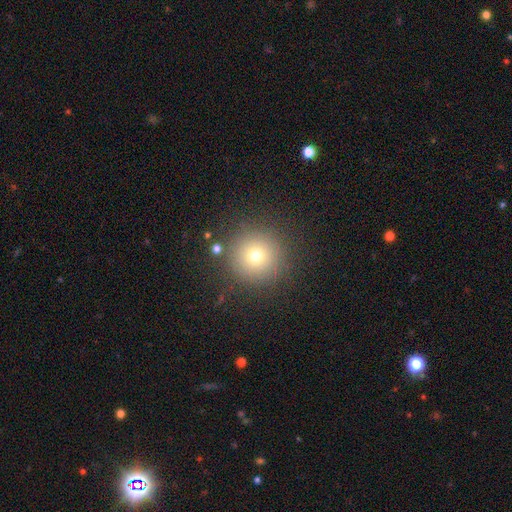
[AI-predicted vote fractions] Smooth or featured?
  - smooth: 72% *
  - star or artifact: 17%
  - featured or disk: 11%
How rounded?
  - round: 96% *
  - in between: 3%
  - cigar-shaped: 1%
Merging?
  - none: 87% *
  - minor disturbance: 7%
  - major disturbance: 3%
  - merger: 2%